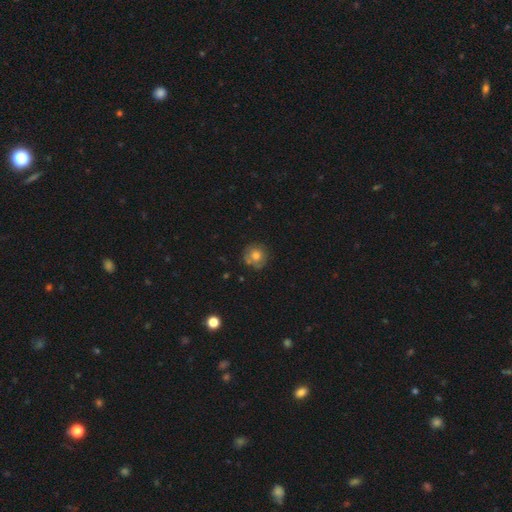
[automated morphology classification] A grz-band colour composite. It shows a smooth galaxy with no disk features (69%) that is round (91%). Merging: none (74%).